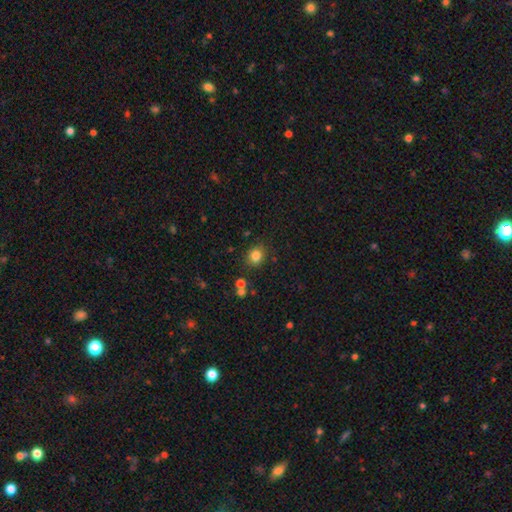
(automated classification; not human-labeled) Q: Smooth or featured?
A: smooth (82%); runner-up: star or artifact (12%)
Q: How rounded?
A: round (71%); runner-up: in between (29%)
Q: Merging?
A: none (82%); runner-up: minor disturbance (11%)